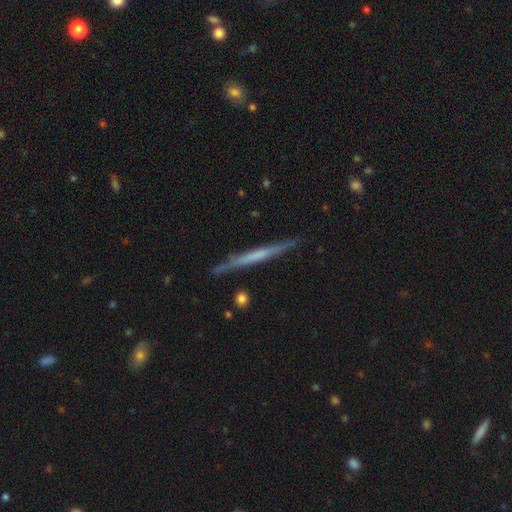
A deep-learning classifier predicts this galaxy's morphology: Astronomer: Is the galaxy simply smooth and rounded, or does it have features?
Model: featured or disk — 57% (runner-up: smooth, 38%).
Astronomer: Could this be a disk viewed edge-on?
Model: yes — 97%.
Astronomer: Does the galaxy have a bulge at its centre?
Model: none — 81%.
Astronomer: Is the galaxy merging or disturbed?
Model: none — 88%.